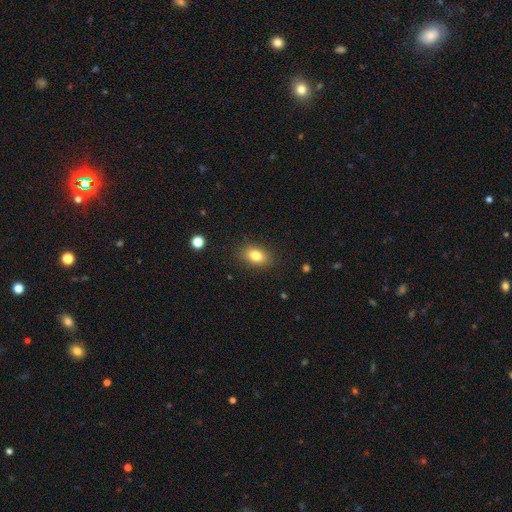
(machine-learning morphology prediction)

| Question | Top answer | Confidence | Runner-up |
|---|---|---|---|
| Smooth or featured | smooth | 81% | star or artifact (10%) |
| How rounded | in between | 82% | round (17%) |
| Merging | none | 86% | minor disturbance (10%) |